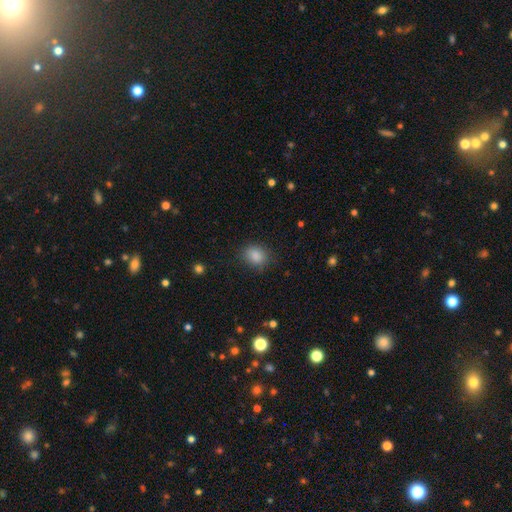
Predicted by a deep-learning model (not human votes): A smooth galaxy with no disk features (86%) that is in between round and cigar-shaped (50%). Merging: none (79%).